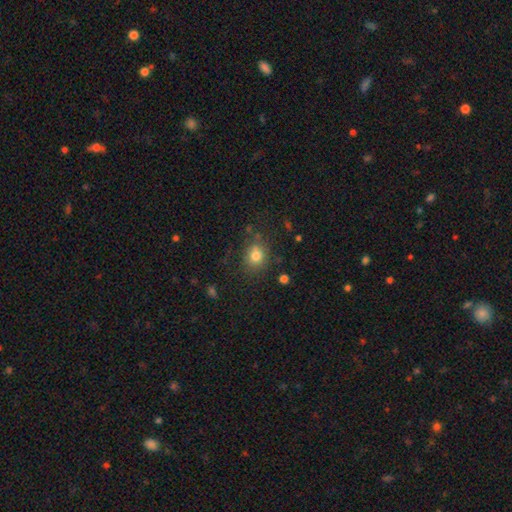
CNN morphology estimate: Overall: smooth (79%). How rounded: round (64%; in between 35%). Merging: none (75%).